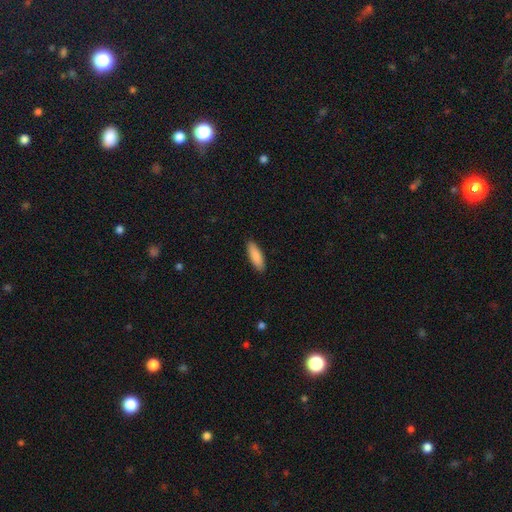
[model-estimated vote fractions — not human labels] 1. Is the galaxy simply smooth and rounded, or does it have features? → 88% smooth, 6% featured or disk, 5% star or artifact.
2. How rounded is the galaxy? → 54% in between, 44% cigar-shaped, 2% round.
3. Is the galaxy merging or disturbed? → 89% none, 8% minor disturbance, 2% major disturbance, 1% merger.